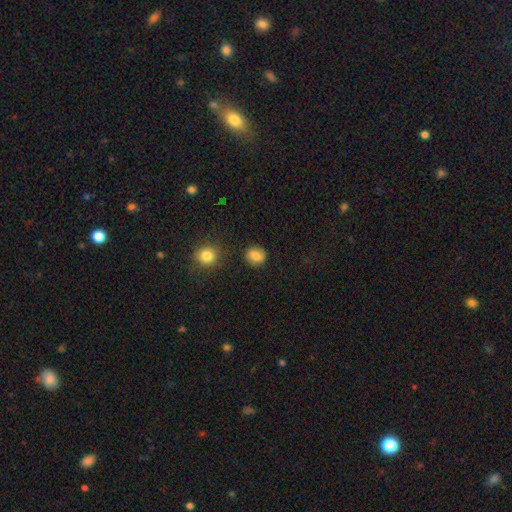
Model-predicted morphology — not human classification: Smooth or featured: smooth — 83% (star or artifact — 10%)
How rounded: round — 69% (in between — 30%)
Merging: none — 83% (minor disturbance — 11%)